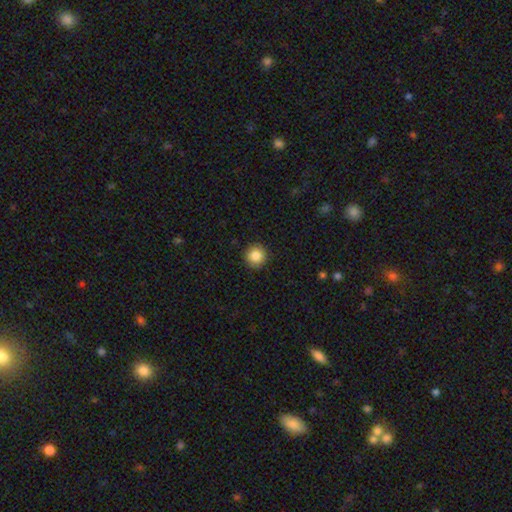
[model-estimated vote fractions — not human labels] A smooth galaxy with no disk features (86%) that is round (95%). Merging: none (91%).